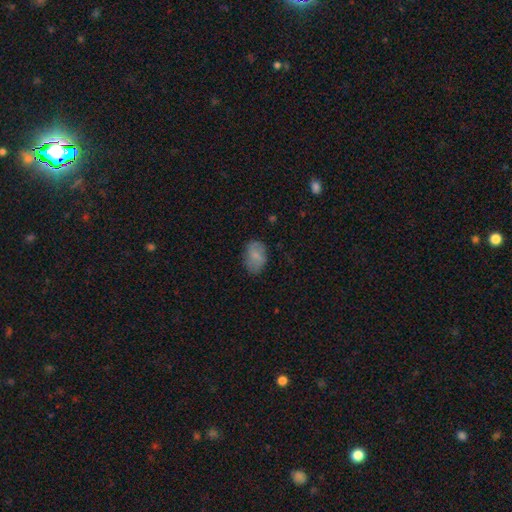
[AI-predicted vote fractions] Smooth or featured?
  - smooth: 67% *
  - featured or disk: 25%
  - star or artifact: 8%
How rounded?
  - in between: 82% *
  - round: 17%
  - cigar-shaped: 1%
Merging?
  - none: 73% *
  - minor disturbance: 20%
  - major disturbance: 6%
  - merger: 1%